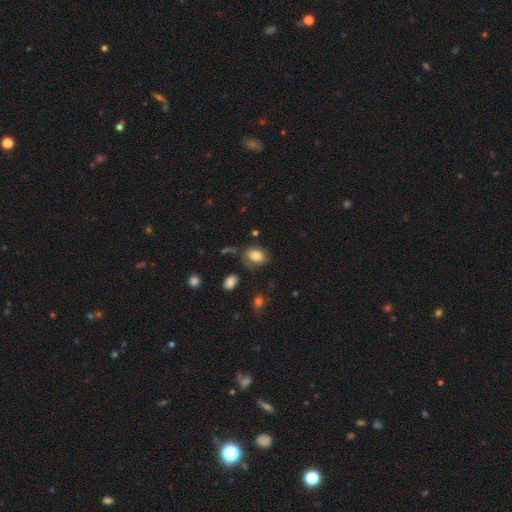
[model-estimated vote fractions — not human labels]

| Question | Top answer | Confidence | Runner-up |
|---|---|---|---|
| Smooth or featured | smooth | 78% | featured or disk (13%) |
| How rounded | in between | 76% | round (23%) |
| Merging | none | 62% | minor disturbance (24%) |